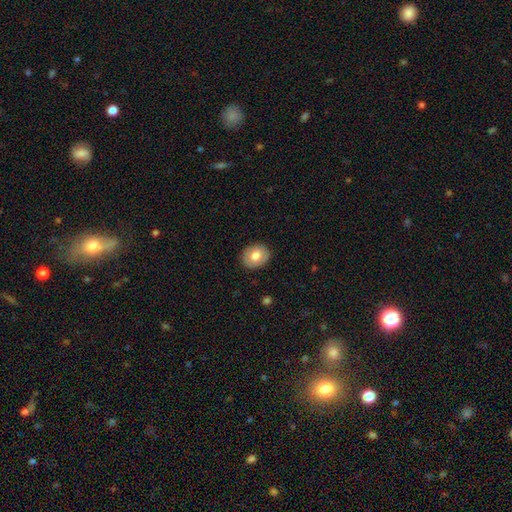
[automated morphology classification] Smooth or featured? Predicted: smooth (p=0.72). How rounded? Predicted: round (p=0.54). Merging? Predicted: none (p=0.87).